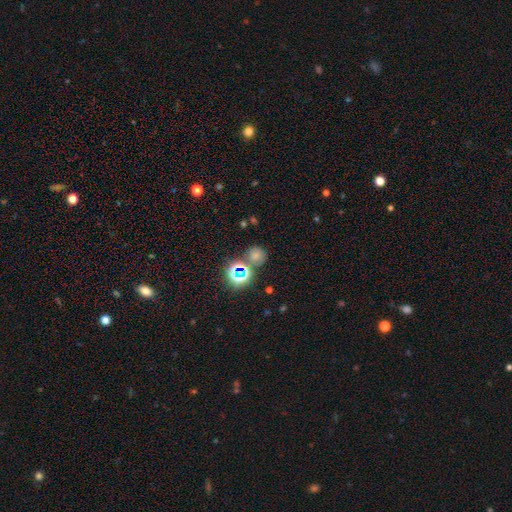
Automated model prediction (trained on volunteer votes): Morphology: type=smooth (61%); roundness=round (86%); merging=none (70%).